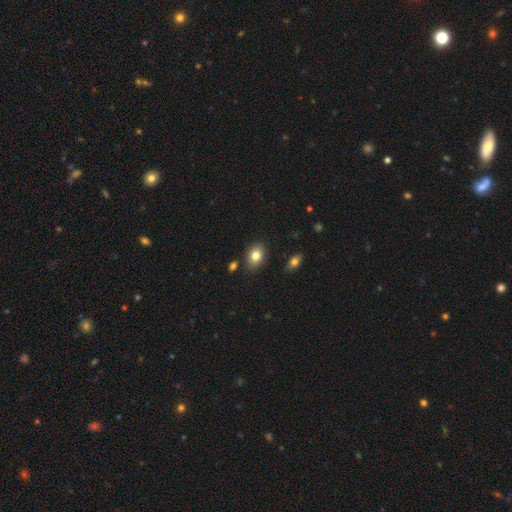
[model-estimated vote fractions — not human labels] Overall: smooth (81%). How rounded: in between (81%). Merging: none (84%).